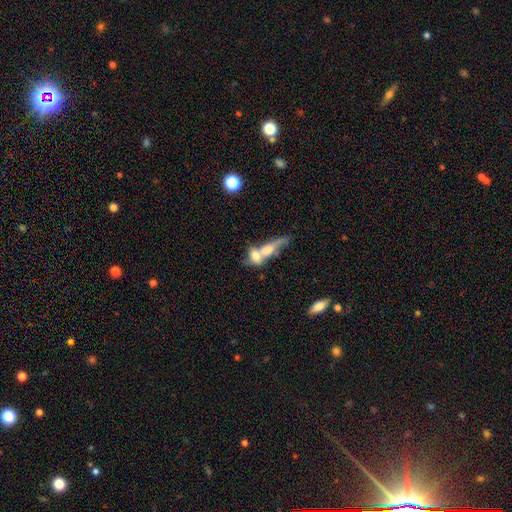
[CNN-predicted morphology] Smooth or featured? smooth (58%)
How rounded? in between (60%)
Merging? merger (75%)